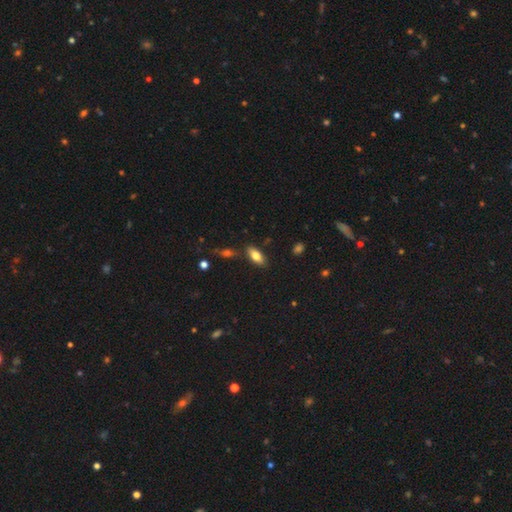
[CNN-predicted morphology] Overall: smooth (74%). How rounded: in between (84%). Merging: none (79%).